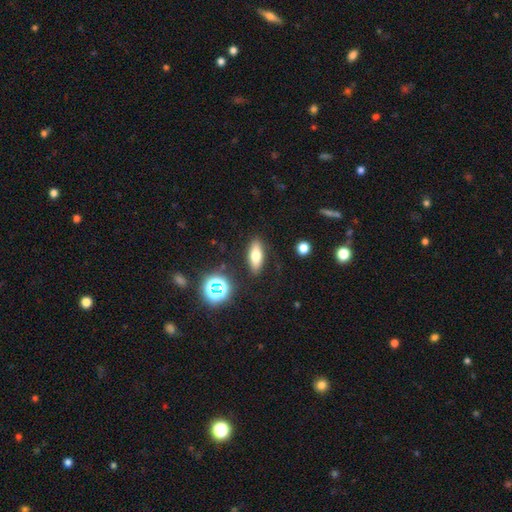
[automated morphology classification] type=smooth (69%); roundness=in between (68%); merging=none (87%).